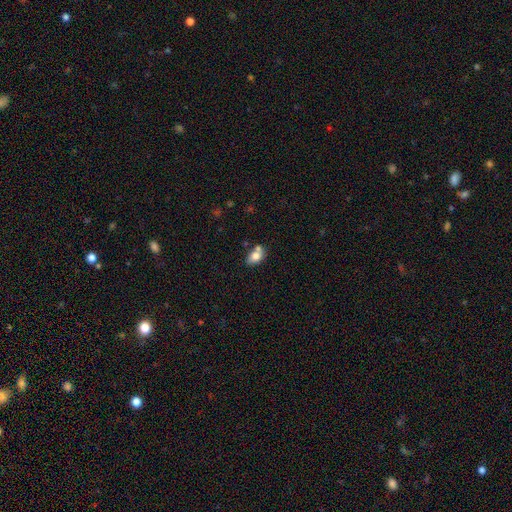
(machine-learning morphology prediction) smooth_or_featured: smooth (p=0.78) [alt: featured or disk p=0.14]
how_rounded: in between (p=0.80) [alt: round p=0.18]
merging: none (p=0.54) [alt: merger p=0.26]